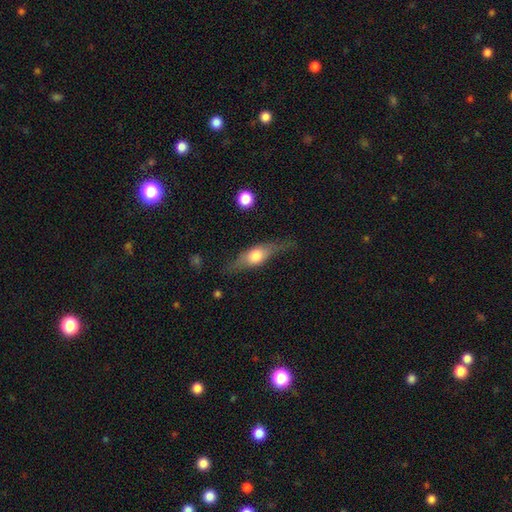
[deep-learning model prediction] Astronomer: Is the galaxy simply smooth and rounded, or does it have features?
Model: featured or disk — 55% (runner-up: smooth, 39%).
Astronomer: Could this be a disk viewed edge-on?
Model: yes — 89%.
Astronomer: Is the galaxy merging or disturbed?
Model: none — 70%.